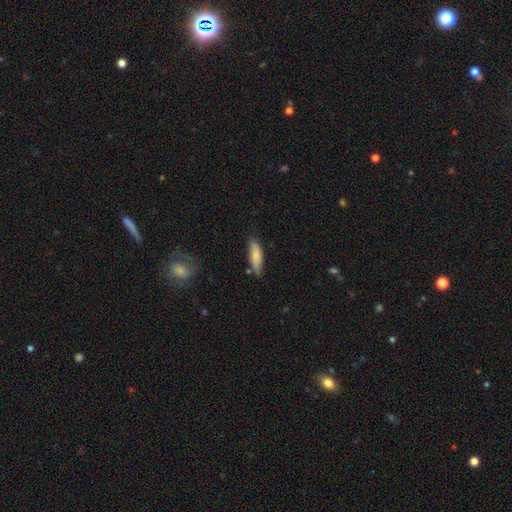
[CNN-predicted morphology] Smooth or featured: smooth — 79% (featured or disk — 15%)
How rounded: in between — 49% (tied with cigar-shaped — 49%)
Merging: none — 68% (minor disturbance — 24%)